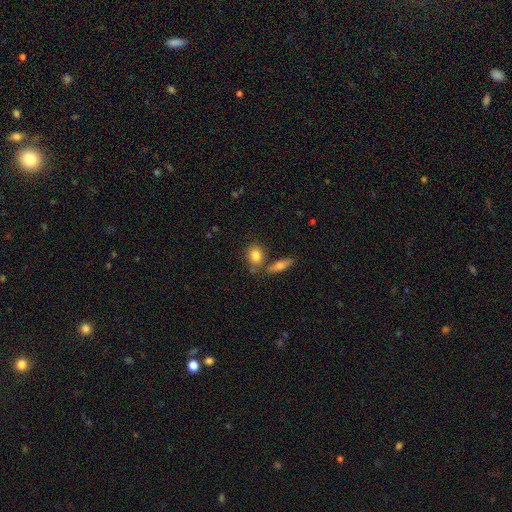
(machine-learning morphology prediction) Smooth or featured? Predicted: smooth (p=0.81). How rounded? Predicted: in between (p=0.64). Merging? Predicted: none (p=0.61).